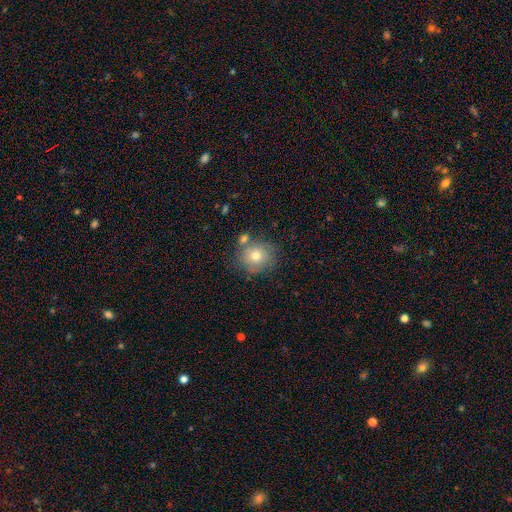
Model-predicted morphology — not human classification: This appears to be a smooth galaxy with no disk features (69%) that is round (88%). Merging: none (68%).